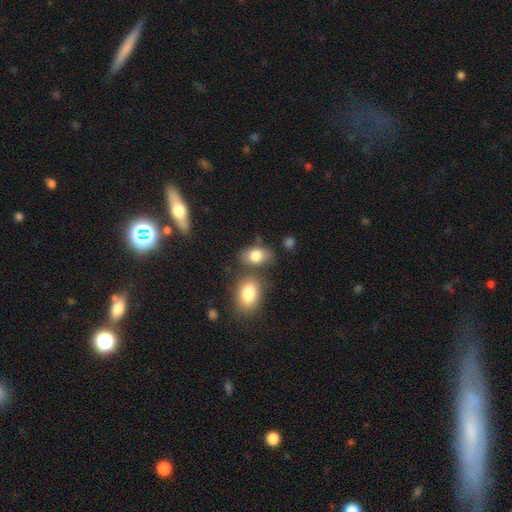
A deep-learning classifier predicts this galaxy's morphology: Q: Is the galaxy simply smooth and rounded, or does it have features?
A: smooth — 80%.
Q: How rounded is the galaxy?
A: in between — 85%.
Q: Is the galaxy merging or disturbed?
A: none — 58%.